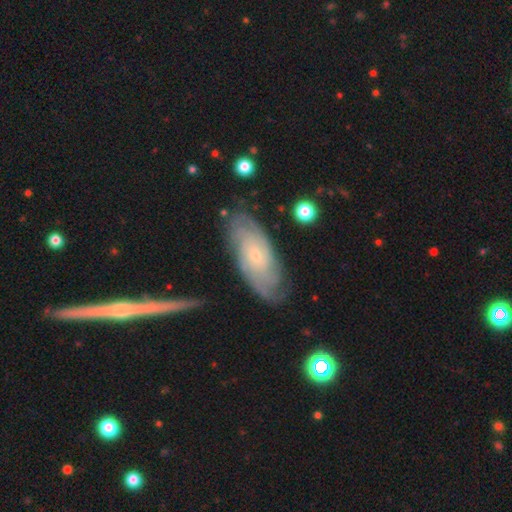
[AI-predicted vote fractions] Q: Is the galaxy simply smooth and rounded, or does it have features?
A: featured or disk — 73%.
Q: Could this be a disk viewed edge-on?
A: no — 90%.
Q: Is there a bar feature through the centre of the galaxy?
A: no — 77%.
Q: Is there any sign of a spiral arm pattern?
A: yes — 91%.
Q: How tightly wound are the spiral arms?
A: tight — 67%.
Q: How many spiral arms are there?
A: can't tell — 50%.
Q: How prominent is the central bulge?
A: small — 78%.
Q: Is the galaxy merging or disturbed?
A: none — 76%.